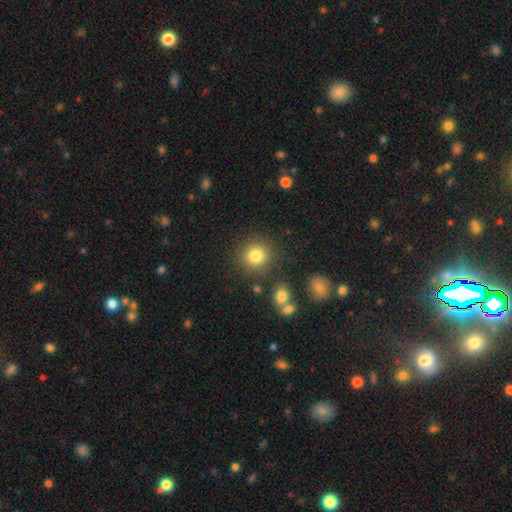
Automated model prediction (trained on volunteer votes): A smooth galaxy with no disk features (82%) that is round (91%).

Vote fractions:
- Smooth or featured? smooth: 82% / star or artifact: 11% / featured or disk: 7%
- How rounded? round: 91% / in between: 8% / cigar-shaped: 1%
- Merging? none: 84% / minor disturbance: 8% / merger: 5% / major disturbance: 4%